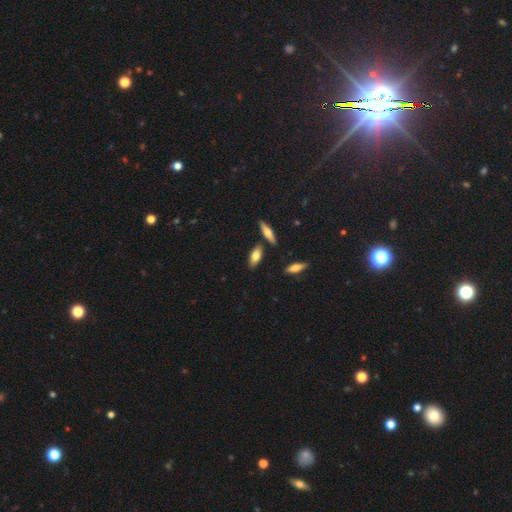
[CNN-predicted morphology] smooth-or-featured: smooth: 71% | featured or disk: 22% | star or artifact: 7%
  how-rounded: in between: 75% | cigar-shaped: 22% | round: 3%
  merging: none: 78% | minor disturbance: 11% | merger: 8% | major disturbance: 3%